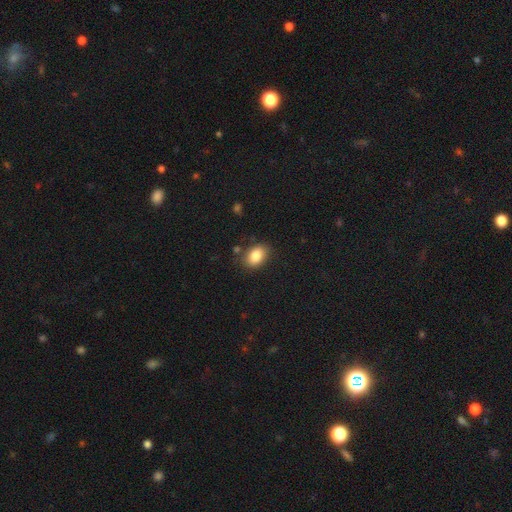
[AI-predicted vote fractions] Morphology: type=smooth (85%); roundness=in between (83%); merging=none (80%).